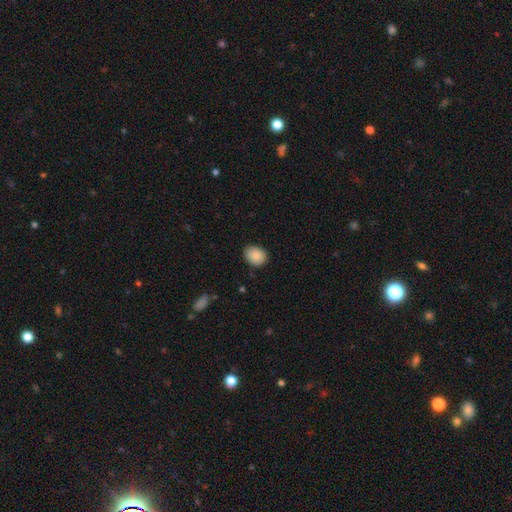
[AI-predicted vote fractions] The model was most divided on "how rounded": in between: 56%, round: 43%, cigar-shaped: 1%. More confident: smooth or featured — smooth (89%); merging — none (84%).